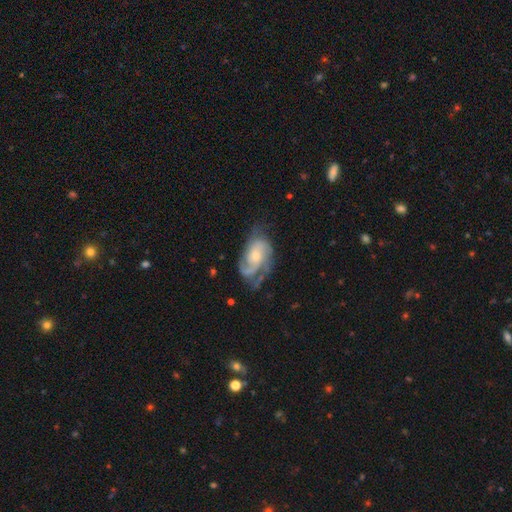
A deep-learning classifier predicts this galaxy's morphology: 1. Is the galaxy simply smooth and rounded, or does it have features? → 83% featured or disk, 12% smooth, 5% star or artifact.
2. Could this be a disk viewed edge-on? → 97% no, 3% yes.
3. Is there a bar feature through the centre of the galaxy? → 66% no, 29% weak, 5% strong.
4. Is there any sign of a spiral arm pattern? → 94% yes, 6% no.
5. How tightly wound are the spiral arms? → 45% medium, 34% tight, 20% loose.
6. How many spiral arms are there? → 44% 2, 20% 3, 18% can't tell, 10% 1, 4% 4, 3% more than 4.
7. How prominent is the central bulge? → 54% small, 39% moderate, 3% large, 3% none, 1% dominant.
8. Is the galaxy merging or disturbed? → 53% none, 25% minor disturbance, 20% major disturbance, 2% merger.